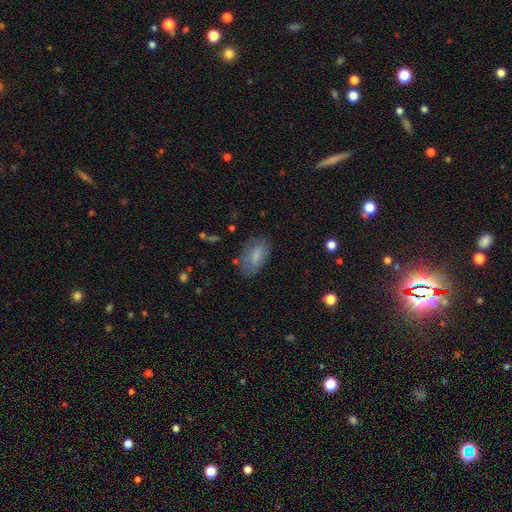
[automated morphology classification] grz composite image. It shows a smooth galaxy with no disk features (77%) that is in between round and cigar-shaped (91%). Merging: none (67%).